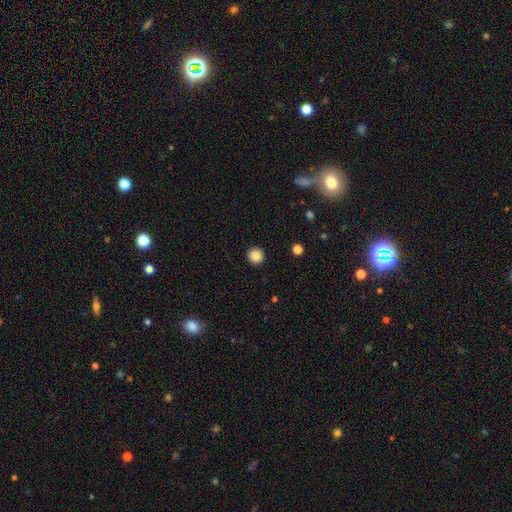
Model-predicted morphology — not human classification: type=smooth (87%); roundness=round (95%); merging=none (93%).